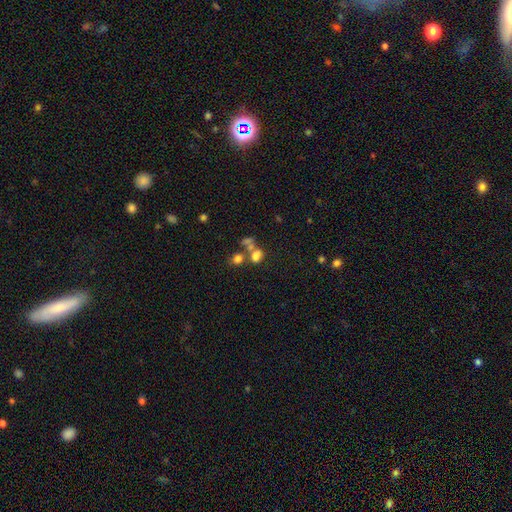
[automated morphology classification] Q: Smooth or featured?
A: smooth (68%); runner-up: star or artifact (17%)
Q: How rounded?
A: in between (54%); runner-up: round (45%)
Q: Merging?
A: merger (45%); runner-up: none (35%)